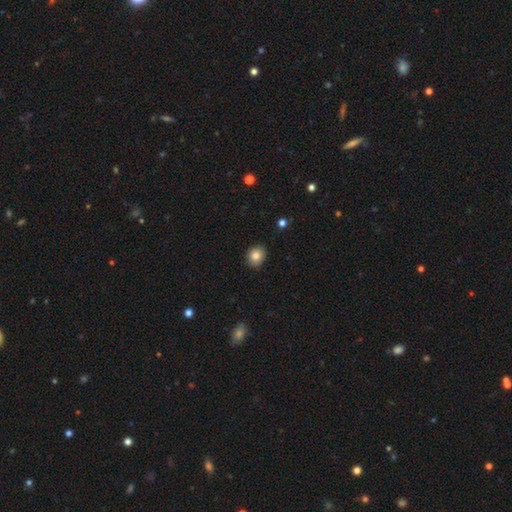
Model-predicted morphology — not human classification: A smooth galaxy with no disk features (84%) that is round (73%).

Vote fractions:
- Smooth or featured? smooth: 84% / star or artifact: 9% / featured or disk: 7%
- How rounded? round: 73% / in between: 27% / cigar-shaped: 1%
- Merging? none: 89% / minor disturbance: 8% / major disturbance: 2% / merger: 1%